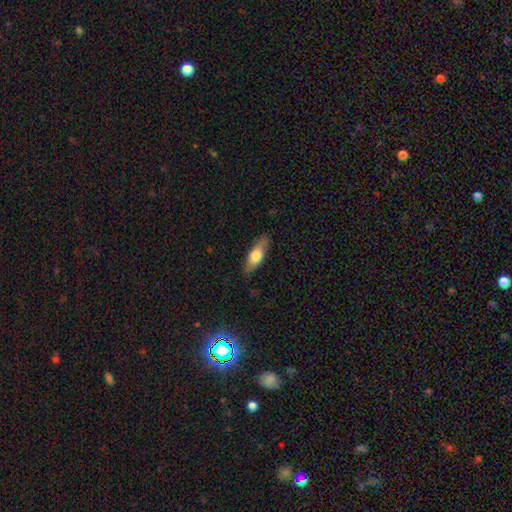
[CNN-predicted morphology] smooth 61%, featured or disk 33%, star or artifact 6%. Down the decision tree: how rounded — in between (56%); merging — none (85%).